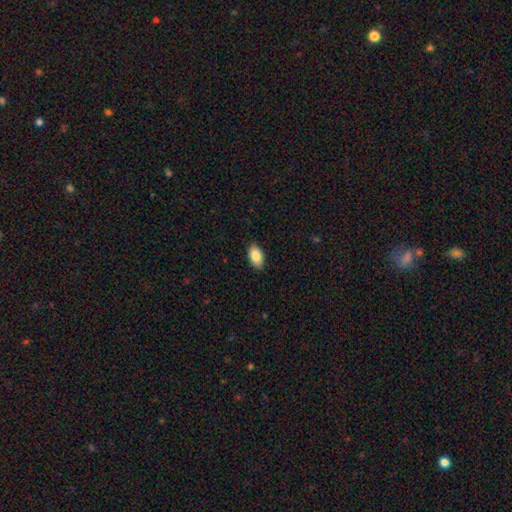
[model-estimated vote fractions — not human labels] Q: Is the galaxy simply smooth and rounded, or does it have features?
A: smooth — 87%.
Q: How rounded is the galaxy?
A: in between — 93%.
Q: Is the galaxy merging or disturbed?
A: none — 87%.